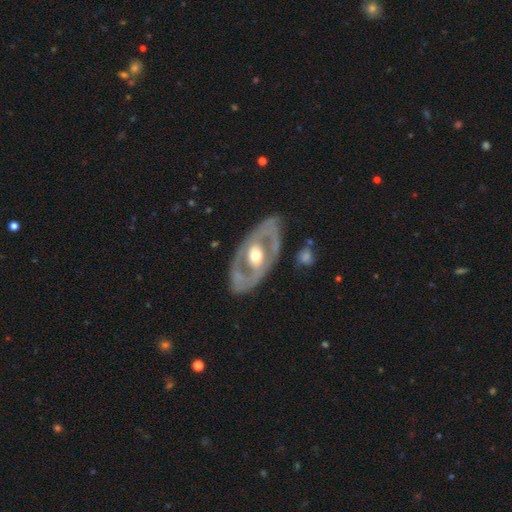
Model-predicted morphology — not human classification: A featured or disk galaxy (78%) with no bar (61%), no spiral arms (56%) and a moderate central bulge (73%). Merging: none (75%).